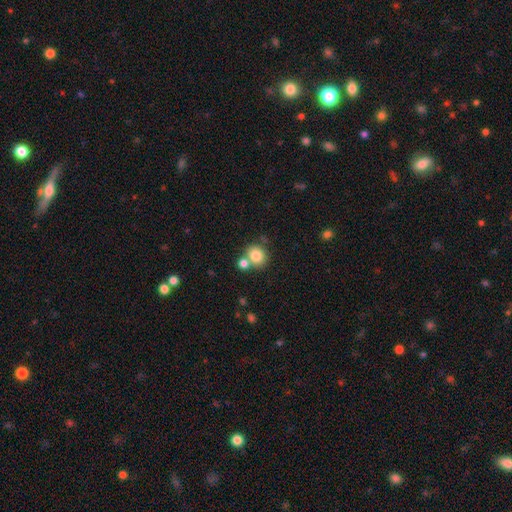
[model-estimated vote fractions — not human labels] This appears to be a smooth galaxy with no disk features (81%) that is round (83%). Merging: none (60%).